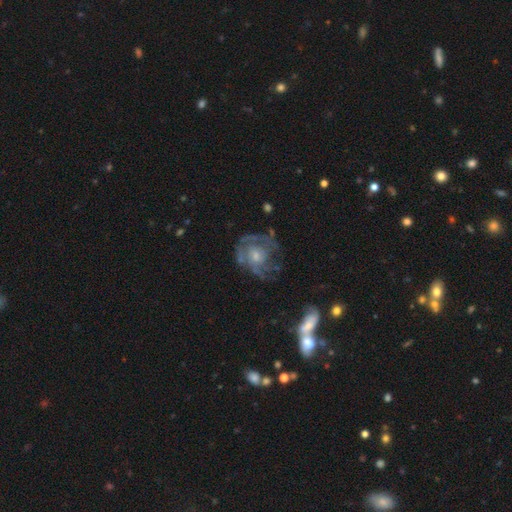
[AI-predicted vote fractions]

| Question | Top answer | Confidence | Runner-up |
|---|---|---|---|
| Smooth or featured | featured or disk | 78% | smooth (14%) |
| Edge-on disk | no | 97% | yes (3%) |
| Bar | no | 76% | weak (20%) |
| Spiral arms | yes | 80% | no (20%) |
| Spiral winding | tight | 52% | medium (35%) |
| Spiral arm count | can't tell | 41% | 3 (21%) |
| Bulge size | small | 47% | moderate (43%) |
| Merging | none | 59% | minor disturbance (19%) |